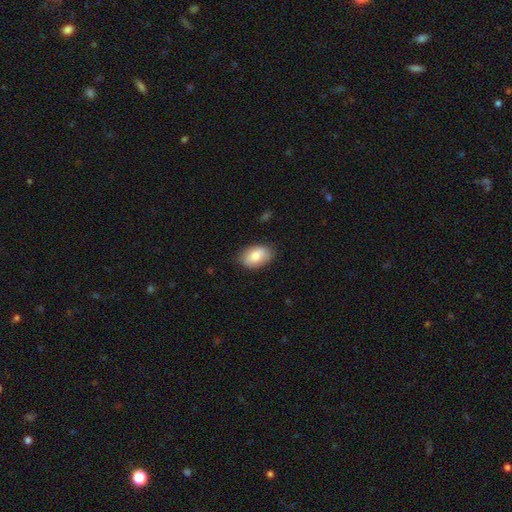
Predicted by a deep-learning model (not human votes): A smooth galaxy with no disk features (81%) that is in between round and cigar-shaped (91%).

Vote fractions:
- Smooth or featured? smooth: 81% / featured or disk: 13% / star or artifact: 6%
- How rounded? in between: 91% / round: 8% / cigar-shaped: 1%
- Merging? none: 82% / minor disturbance: 14% / major disturbance: 3% / merger: 1%